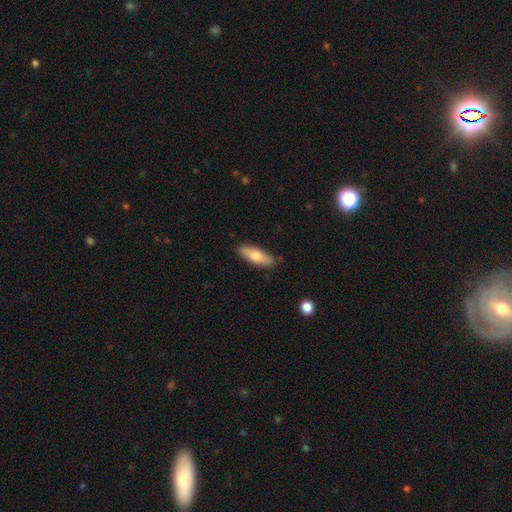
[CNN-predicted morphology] smooth 74%, featured or disk 20%, star or artifact 6%. Down the decision tree: how rounded — in between (59%); merging — none (85%).